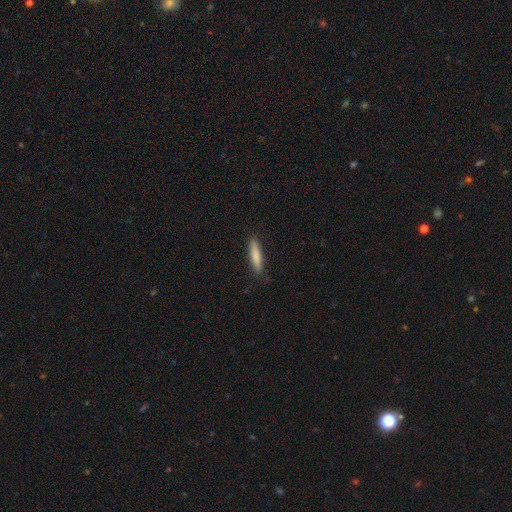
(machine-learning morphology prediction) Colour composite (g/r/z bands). It shows a smooth galaxy with no disk features (80%) that is cigar-shaped (86%). Merging: none (87%).